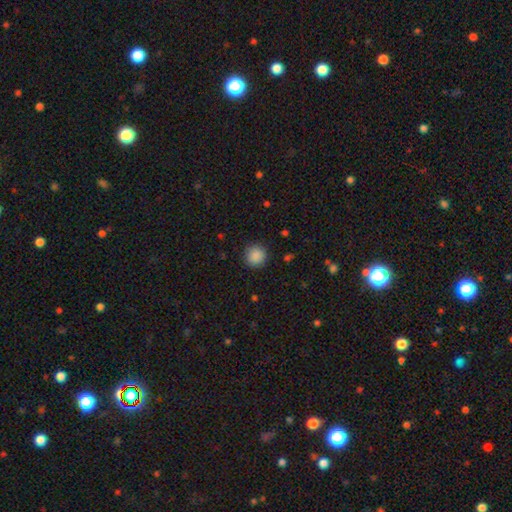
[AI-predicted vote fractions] This is clearly a smooth galaxy (88%). How rounded: clearly round (93%). Merging: clearly none (90%).